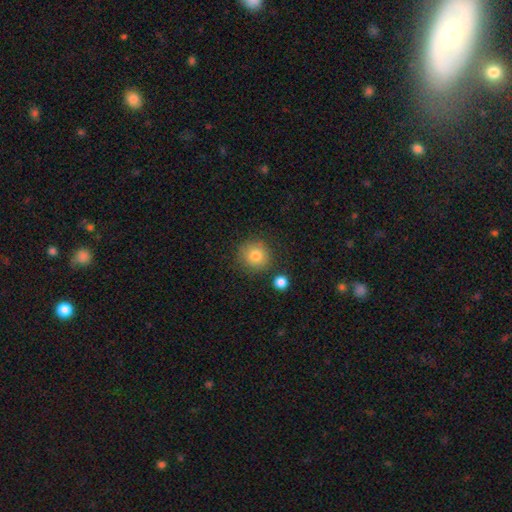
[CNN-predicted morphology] smooth-or-featured: smooth: 81% | star or artifact: 11% | featured or disk: 9%
  how-rounded: round: 92% | in between: 7% | cigar-shaped: 1%
  merging: none: 82% | minor disturbance: 10% | merger: 5% | major disturbance: 3%